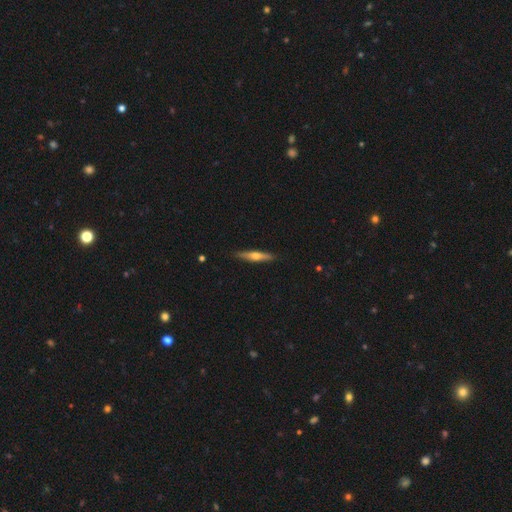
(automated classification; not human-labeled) Smooth or featured: featured or disk — 53% (smooth — 41%)
Edge-on disk: yes — 95% (no — 5%)
Edge-on bulge: rounded — 87% (none — 8%)
Merging: none — 89% (minor disturbance — 8%)